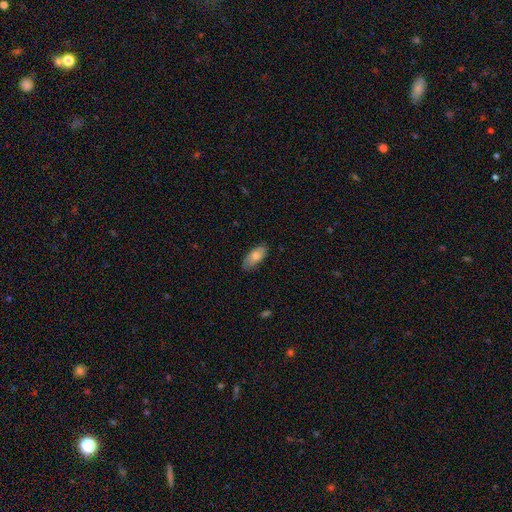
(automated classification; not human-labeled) Smooth or featured?
  - smooth: 72% *
  - featured or disk: 21%
  - star or artifact: 6%
How rounded?
  - in between: 89% *
  - cigar-shaped: 8%
  - round: 3%
Merging?
  - none: 79% *
  - minor disturbance: 17%
  - major disturbance: 3%
  - merger: 1%